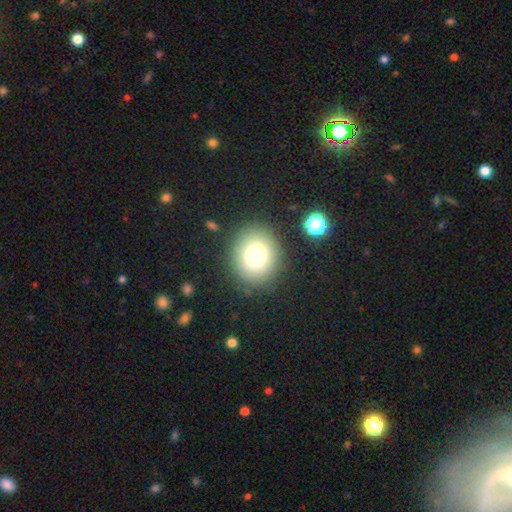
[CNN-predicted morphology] Q: Smooth or featured?
A: smooth (74%); runner-up: star or artifact (16%)
Q: How rounded?
A: round (81%); runner-up: in between (18%)
Q: Merging?
A: none (87%); runner-up: minor disturbance (7%)